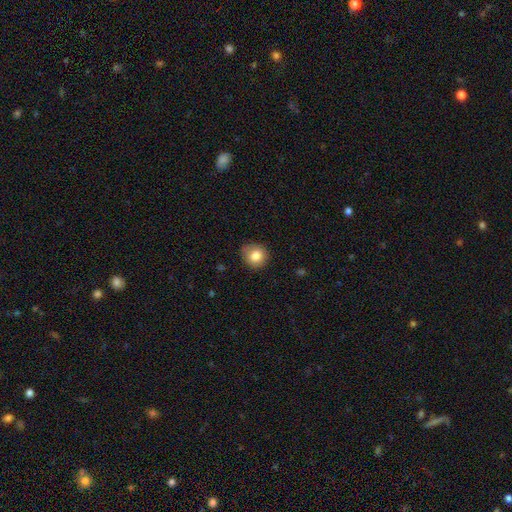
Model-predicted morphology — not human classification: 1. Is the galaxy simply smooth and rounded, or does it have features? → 81% smooth, 10% featured or disk, 10% star or artifact.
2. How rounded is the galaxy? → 86% round, 13% in between, 1% cigar-shaped.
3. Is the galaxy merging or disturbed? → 81% none, 15% minor disturbance, 3% major disturbance, 1% merger.